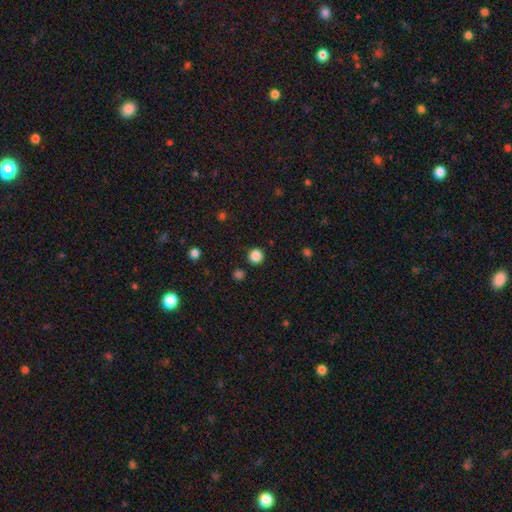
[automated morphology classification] This appears to be a smooth galaxy with no disk features (86%) that is round (96%). Merging: none (91%).